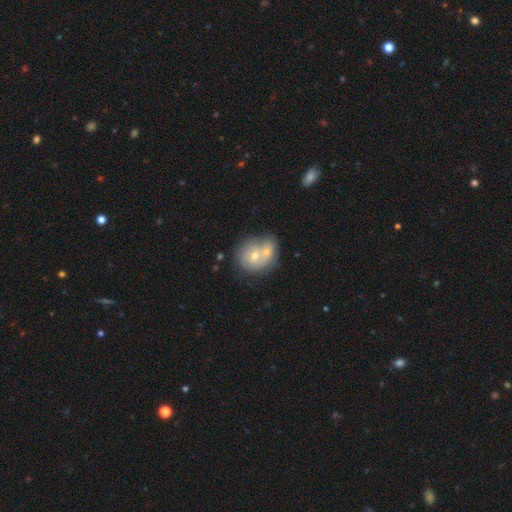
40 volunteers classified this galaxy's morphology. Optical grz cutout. It shows a smooth galaxy with no disk features (55%) that is round (68%). Merging: merger (95%).